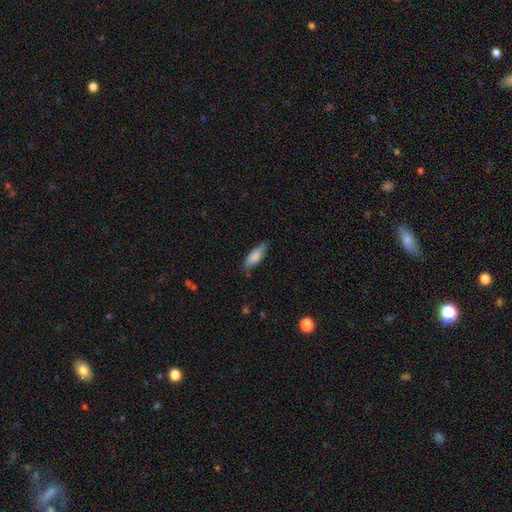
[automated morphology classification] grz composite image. It shows a smooth galaxy with no disk features (83%) that is in between round and cigar-shaped (63%). Merging: none (76%).